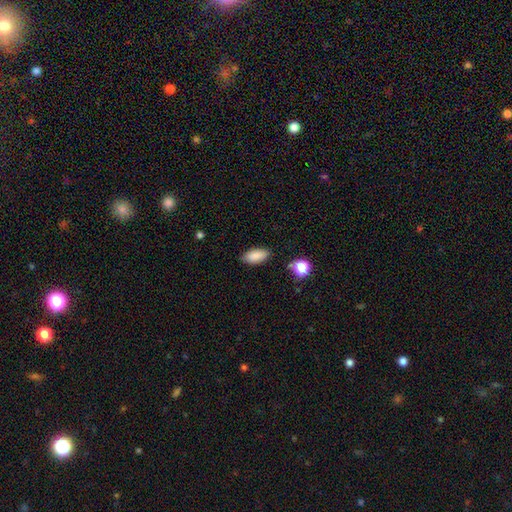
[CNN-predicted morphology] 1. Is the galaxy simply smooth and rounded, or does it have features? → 87% smooth, 8% star or artifact, 5% featured or disk.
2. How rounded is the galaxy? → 88% in between, 8% cigar-shaped, 3% round.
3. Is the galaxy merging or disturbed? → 84% none, 12% minor disturbance, 3% major disturbance, 2% merger.